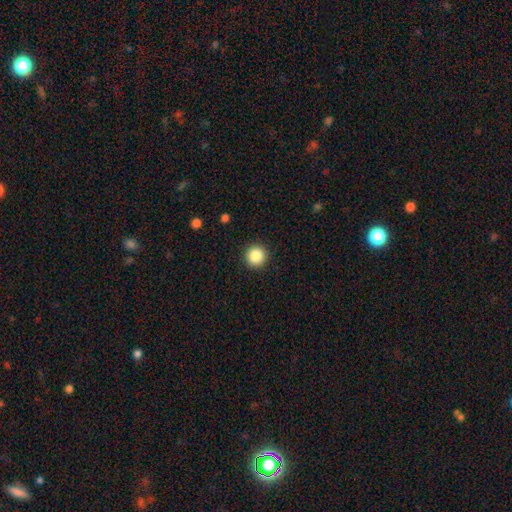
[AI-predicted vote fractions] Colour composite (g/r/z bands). It shows a smooth galaxy with no disk features (87%) that is round (95%). Merging: none (92%).